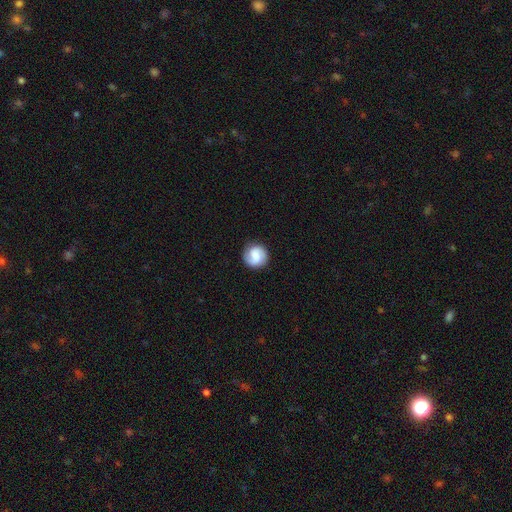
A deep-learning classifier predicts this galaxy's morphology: Overall: featured or disk (54%; smooth 39%). Edge-on disk: no (98%). Bar: weak (50%; no 32%). Spiral arms: yes (91%). Bulge size: moderate (31%; small 30%). Merging: none (85%).